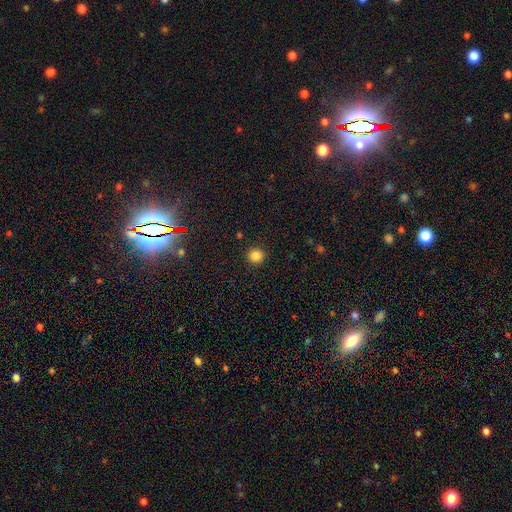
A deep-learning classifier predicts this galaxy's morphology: Smooth or featured?
  - smooth: 85% *
  - star or artifact: 12%
  - featured or disk: 3%
How rounded?
  - round: 94% *
  - in between: 5%
  - cigar-shaped: 1%
Merging?
  - none: 92% *
  - minor disturbance: 5%
  - major disturbance: 2%
  - merger: 1%